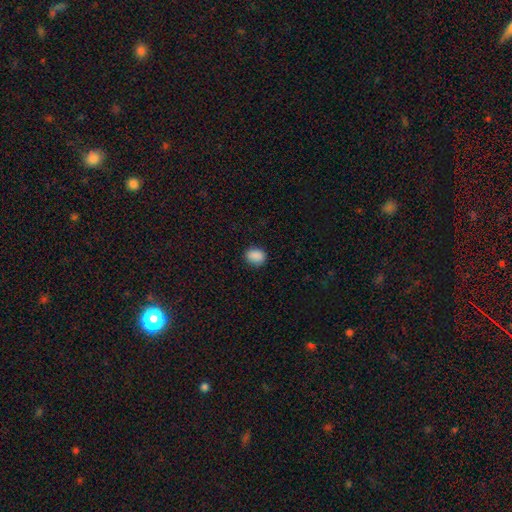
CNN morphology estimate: Smooth or featured? Predicted: smooth (p=0.88). How rounded? Predicted: in between (p=0.55). Merging? Predicted: none (p=0.85).